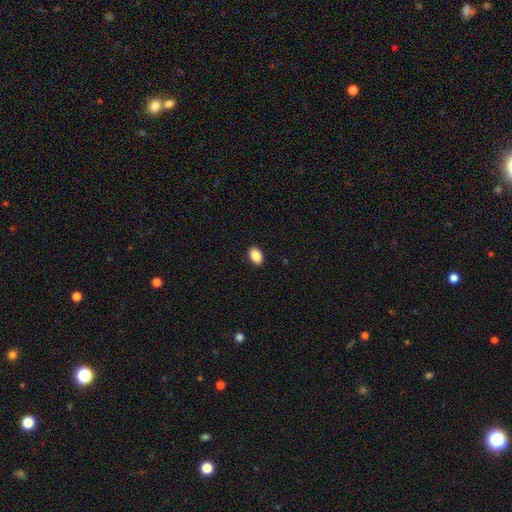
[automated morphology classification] A smooth galaxy with no disk features (87%) that is in between round and cigar-shaped (87%).

Vote fractions:
- Smooth or featured? smooth: 87% / star or artifact: 8% / featured or disk: 5%
- How rounded? in between: 87% / round: 12% / cigar-shaped: 1%
- Merging? none: 90% / minor disturbance: 7% / major disturbance: 2% / merger: 1%